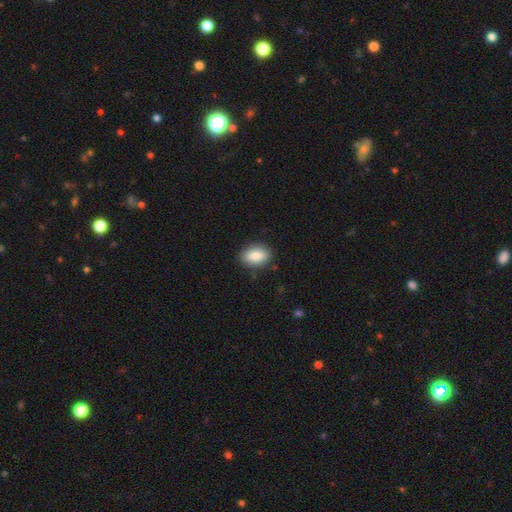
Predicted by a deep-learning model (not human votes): smooth_or_featured: smooth (p=0.88) [alt: star or artifact p=0.07]
how_rounded: in between (p=0.88) [alt: round p=0.10]
merging: none (p=0.86) [alt: minor disturbance p=0.10]